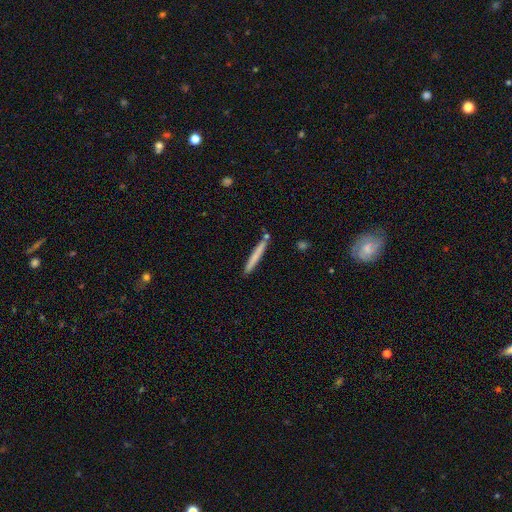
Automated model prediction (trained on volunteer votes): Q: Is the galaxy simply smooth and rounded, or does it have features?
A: smooth — 69%.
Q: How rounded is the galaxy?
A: cigar-shaped — 97%.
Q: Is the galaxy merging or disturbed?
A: none — 85%.